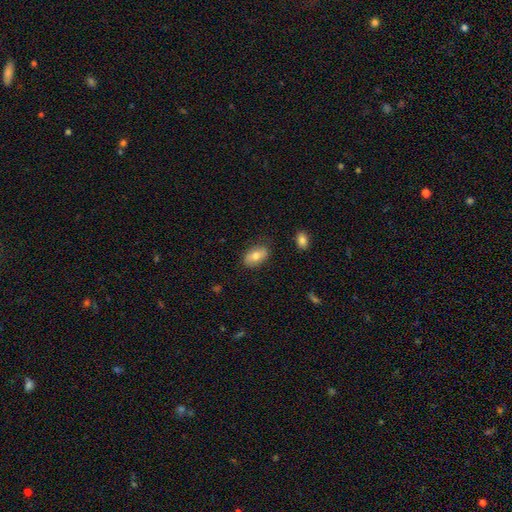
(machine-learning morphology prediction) A smooth galaxy with no disk features (73%) that is in between round and cigar-shaped (91%). Merging: none (80%).